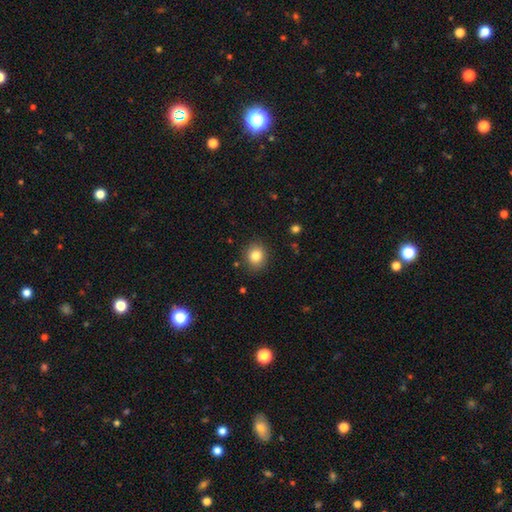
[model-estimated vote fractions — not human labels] A smooth galaxy with no disk features (82%) that is round (80%). Merging: none (88%).